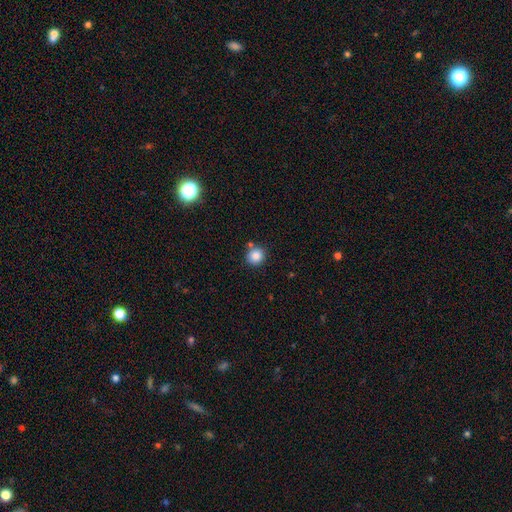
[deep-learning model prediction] The model was most divided on "merging": none: 77%, minor disturbance: 10%, merger: 10%, major disturbance: 3%. More confident: how rounded — round (88%); smooth or featured — smooth (85%).